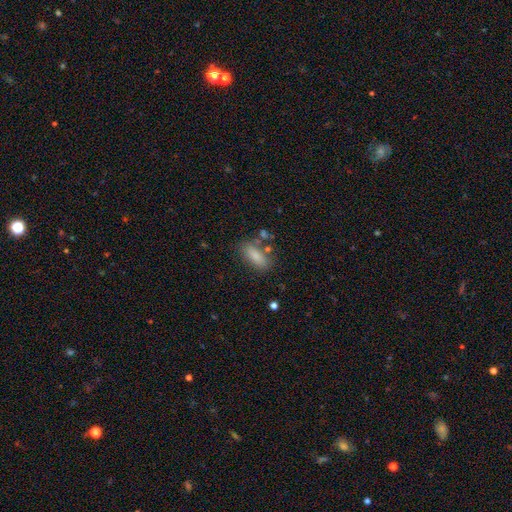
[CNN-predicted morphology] type=smooth (83%); roundness=in between (80%); merging=none (71%).